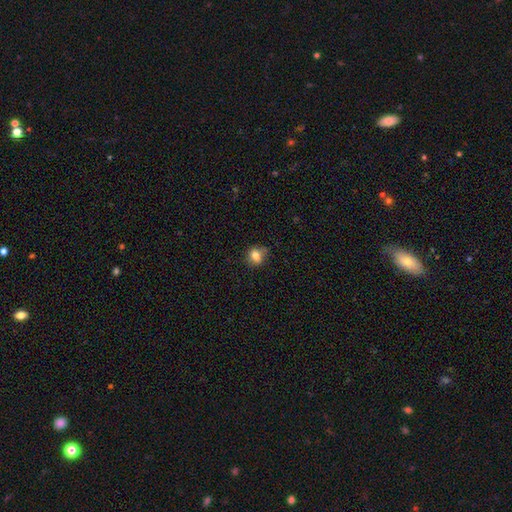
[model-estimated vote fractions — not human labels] A smooth galaxy with no disk features (77%) that is round (58%).

Vote fractions:
- Smooth or featured? smooth: 77% / featured or disk: 12% / star or artifact: 11%
- How rounded? round: 58% / in between: 40% / cigar-shaped: 2%
- Merging? none: 71% / minor disturbance: 21% / major disturbance: 5% / merger: 3%